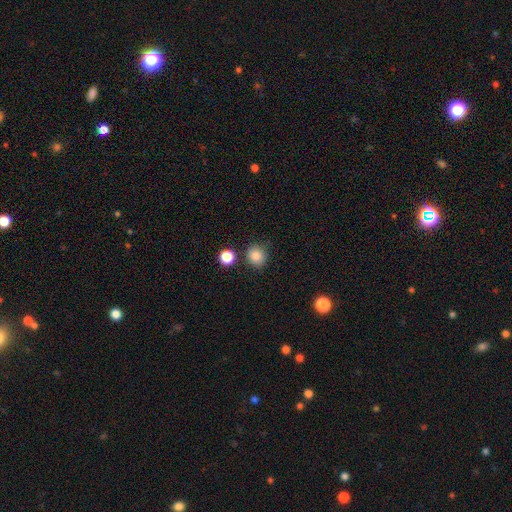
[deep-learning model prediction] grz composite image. It shows a smooth galaxy with no disk features (84%) that is round (85%). Merging: none (81%).